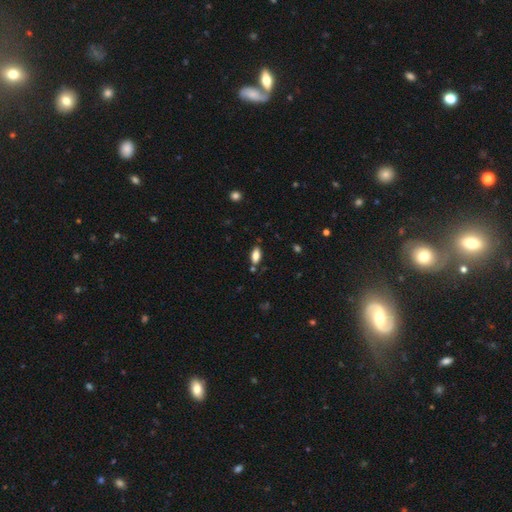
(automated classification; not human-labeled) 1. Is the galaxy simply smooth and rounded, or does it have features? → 82% smooth, 10% featured or disk, 8% star or artifact.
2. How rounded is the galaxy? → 89% in between, 8% cigar-shaped, 3% round.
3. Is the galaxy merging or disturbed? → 80% none, 12% minor disturbance, 5% merger, 3% major disturbance.